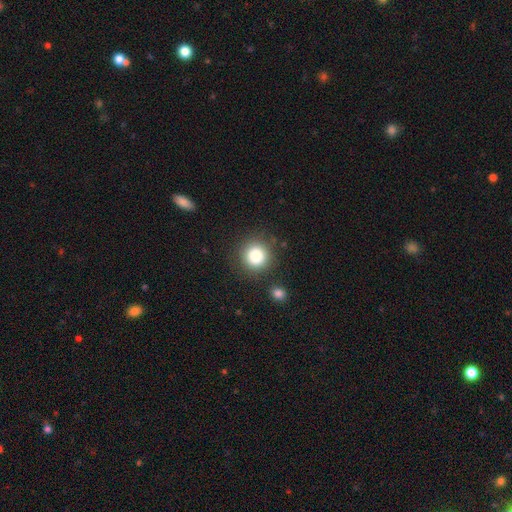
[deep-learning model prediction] smooth 83%, star or artifact 11%, featured or disk 6%. Down the decision tree: how rounded — round (93%); merging — none (84%).